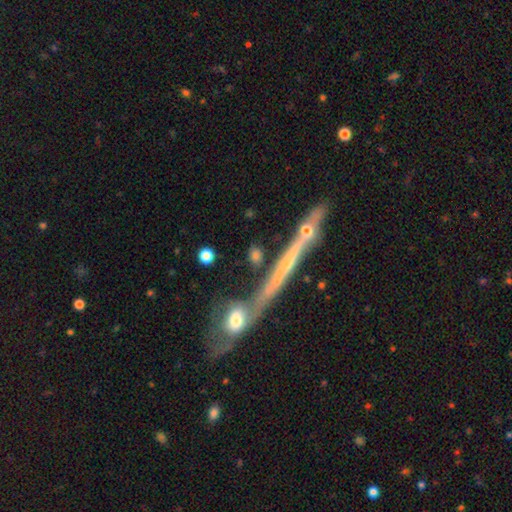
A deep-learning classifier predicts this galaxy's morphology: This is likely a smooth galaxy (62%). How rounded: marginally round (44%). Merging: likely none (65%).